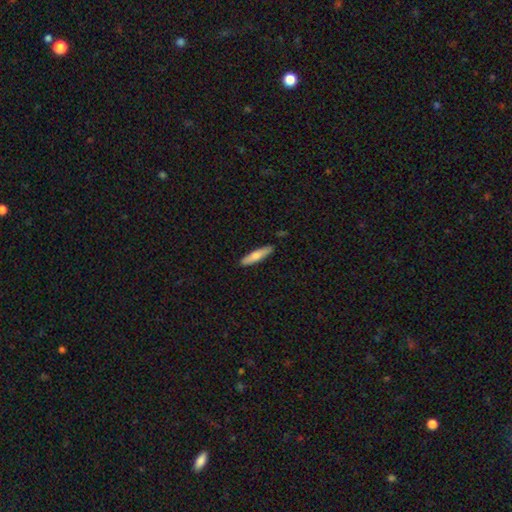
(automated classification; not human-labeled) Smooth or featured? Predicted: smooth (p=0.69). How rounded? Predicted: cigar-shaped (p=0.80). Merging? Predicted: none (p=0.89).